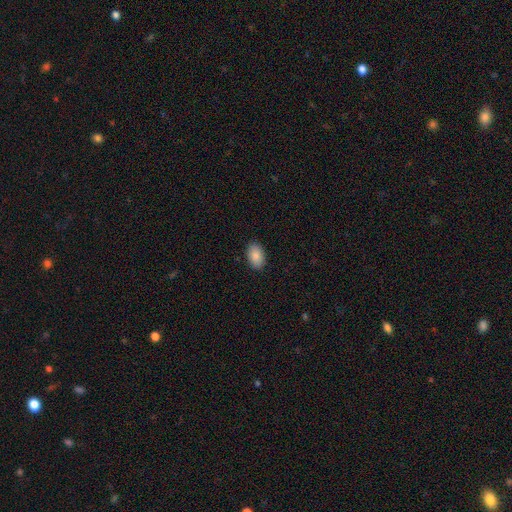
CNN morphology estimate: This is clearly a smooth galaxy (88%). How rounded: clearly in between (92%). Merging: clearly none (90%).